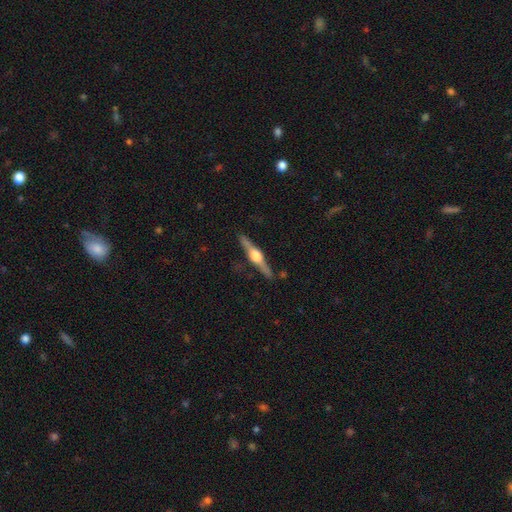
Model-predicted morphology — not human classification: Q: Smooth or featured?
A: featured or disk (80%); runner-up: smooth (15%)
Q: Edge-on disk?
A: yes (98%); runner-up: no (2%)
Q: Edge-on bulge?
A: rounded (95%); runner-up: boxy (4%)
Q: Merging?
A: none (90%); runner-up: minor disturbance (7%)